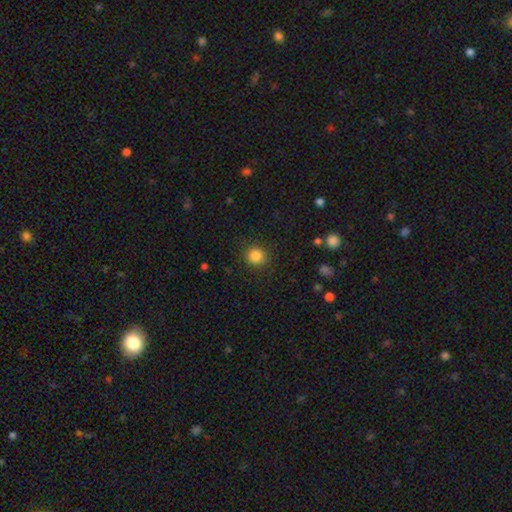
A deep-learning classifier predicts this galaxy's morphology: Q: Smooth or featured?
A: smooth (85%); runner-up: star or artifact (11%)
Q: How rounded?
A: round (89%); runner-up: in between (10%)
Q: Merging?
A: none (89%); runner-up: minor disturbance (7%)